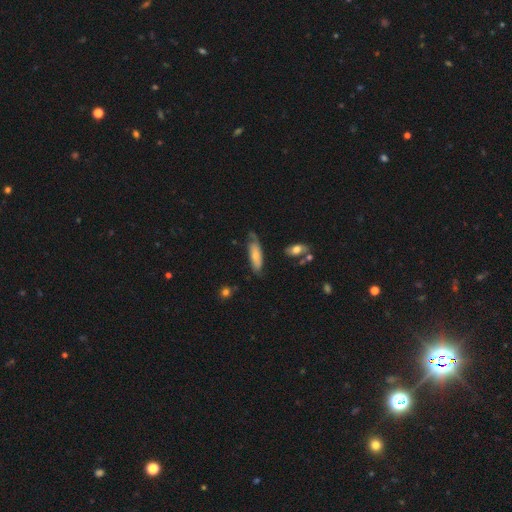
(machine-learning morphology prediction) smooth 64%, featured or disk 30%, star or artifact 6%. Down the decision tree: how rounded — in between (54%); merging — none (55%).